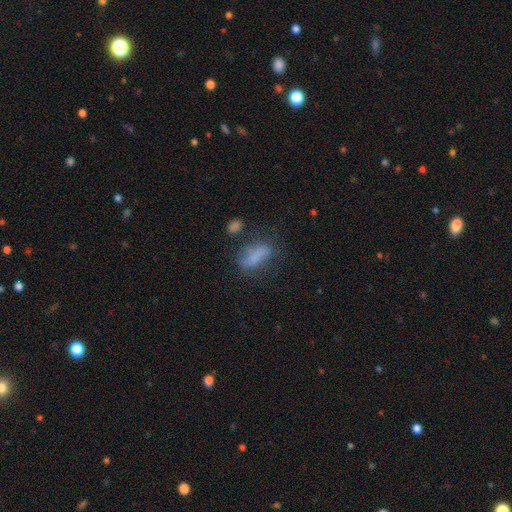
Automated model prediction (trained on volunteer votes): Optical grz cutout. It shows a smooth galaxy with no disk features (65%) that is in between round and cigar-shaped (76%). Merging: none (43%).